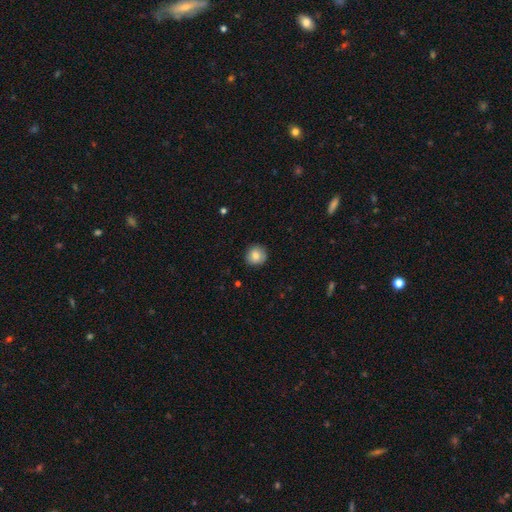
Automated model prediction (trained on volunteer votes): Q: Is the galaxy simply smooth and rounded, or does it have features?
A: smooth — 81%.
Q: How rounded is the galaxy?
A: round — 92%.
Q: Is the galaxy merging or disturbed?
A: none — 88%.